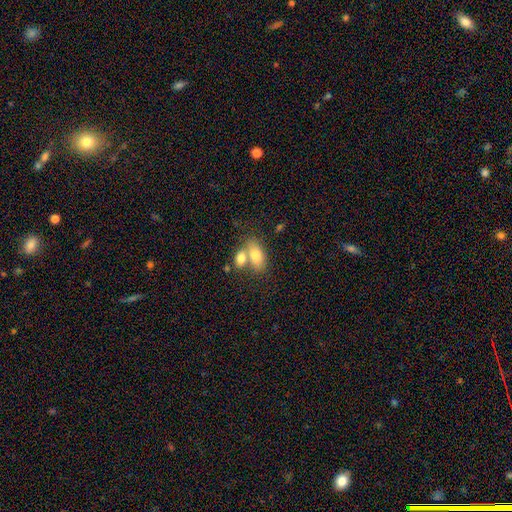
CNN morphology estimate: A smooth galaxy with no disk features (78%) that is in between round and cigar-shaped (88%).

Vote fractions:
- Smooth or featured? smooth: 78% / featured or disk: 15% / star or artifact: 7%
- How rounded? in between: 88% / round: 9% / cigar-shaped: 3%
- Merging? merger: 53% / none: 33% / minor disturbance: 10% / major disturbance: 5%